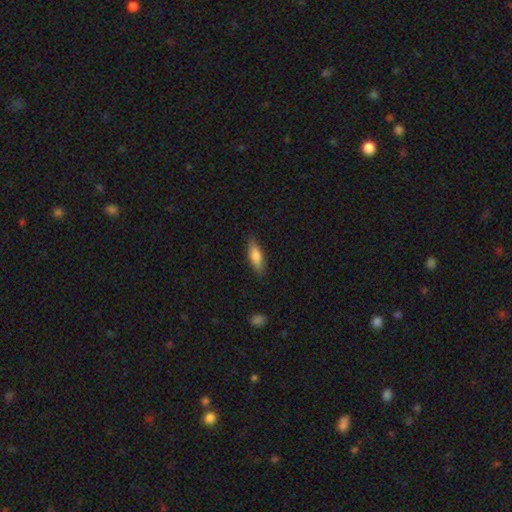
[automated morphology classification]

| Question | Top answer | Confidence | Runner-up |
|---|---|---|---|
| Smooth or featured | smooth | 77% | featured or disk (16%) |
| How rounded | in between | 53% | cigar-shaped (45%) |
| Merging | none | 85% | minor disturbance (12%) |